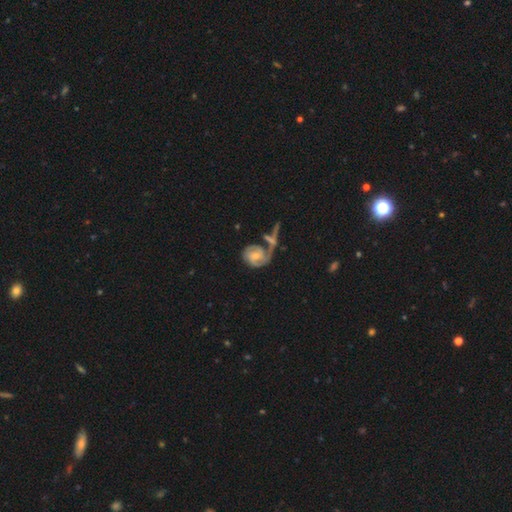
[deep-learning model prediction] Morphology: type=featured or disk (82%); edge-on=no (97%); bar=no (55%); spiral arms=yes (95%); winding=tight (53%); arm count=2 (50%); bulge=small (50%); merging=none (41%).